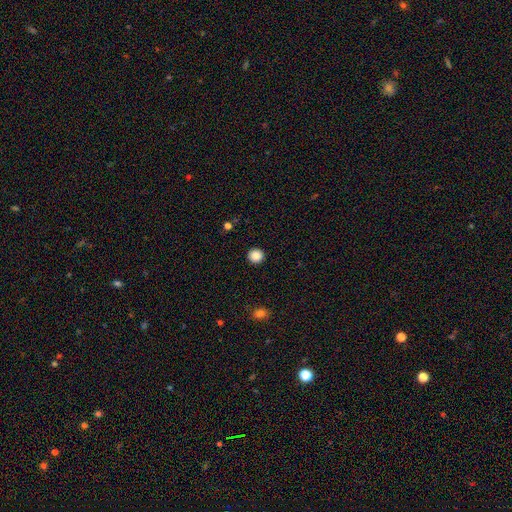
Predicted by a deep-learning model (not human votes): smooth_or_featured: smooth (p=0.87) [alt: star or artifact p=0.09]
how_rounded: round (p=0.94) [alt: in between p=0.05]
merging: none (p=0.93) [alt: minor disturbance p=0.04]